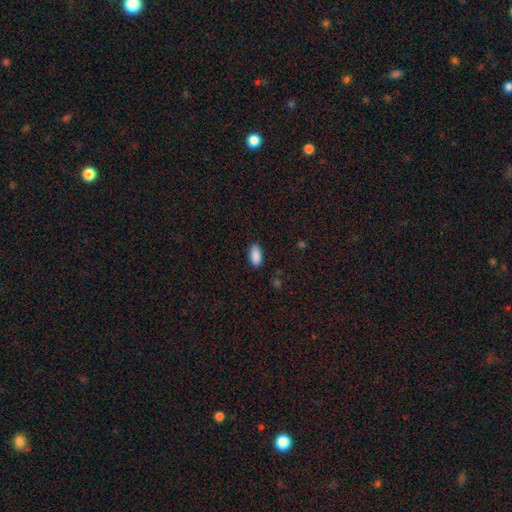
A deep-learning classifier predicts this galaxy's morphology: The model was most divided on "merging": none: 86%, minor disturbance: 11%, major disturbance: 2%, merger: 1%. More confident: how rounded — in between (93%); smooth or featured — smooth (89%).